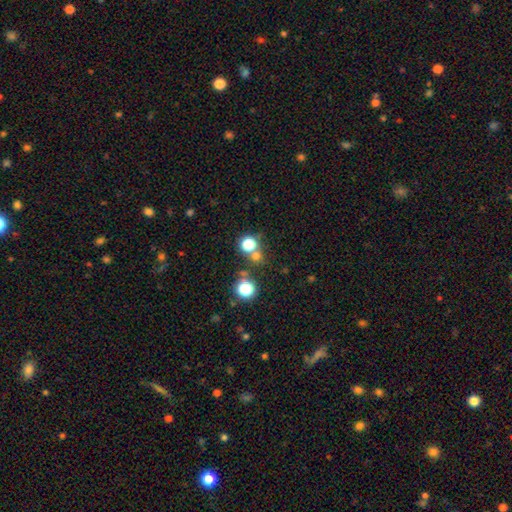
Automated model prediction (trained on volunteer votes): A smooth galaxy with no disk features (64%) that is round (90%).

Vote fractions:
- Smooth or featured? smooth: 64% / star or artifact: 28% / featured or disk: 8%
- How rounded? round: 90% / in between: 9% / cigar-shaped: 1%
- Merging? none: 66% / merger: 24% / minor disturbance: 7% / major disturbance: 4%